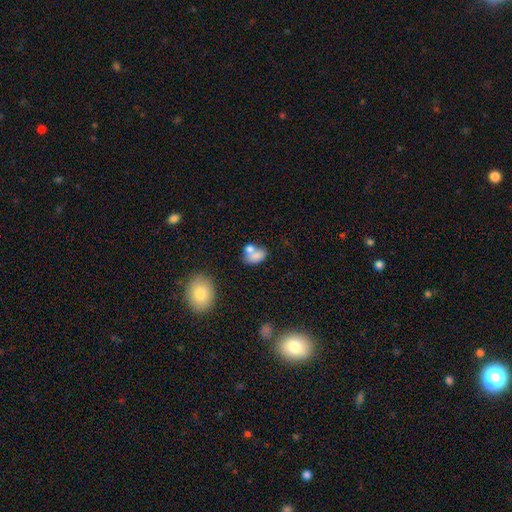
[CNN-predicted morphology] Smooth or featured? Predicted: smooth (p=0.77). How rounded? Predicted: in between (p=0.76). Merging? Predicted: merger (p=0.44).